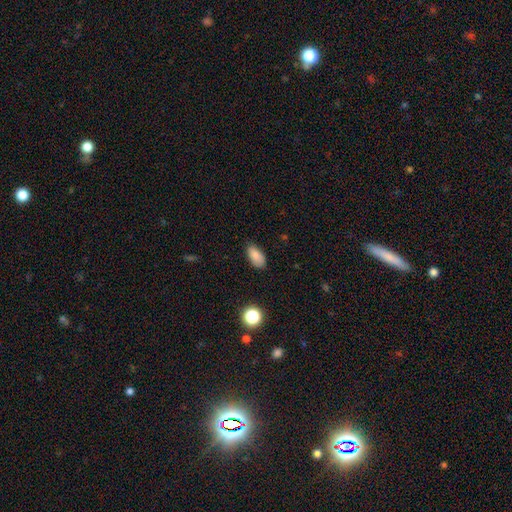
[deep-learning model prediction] smooth_or_featured: smooth (p=0.84) [alt: star or artifact p=0.09]
how_rounded: in between (p=0.91) [alt: cigar-shaped p=0.04]
merging: none (p=0.80) [alt: minor disturbance p=0.16]